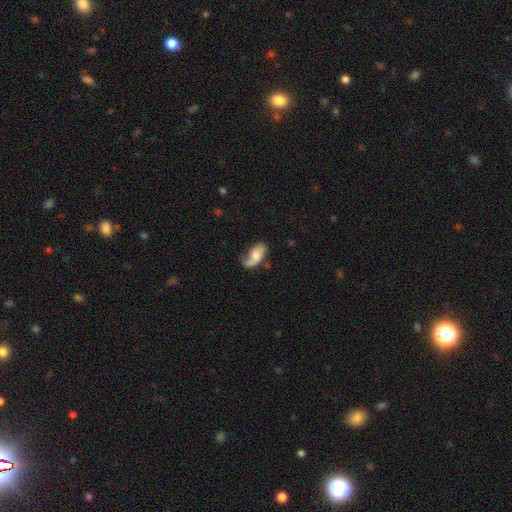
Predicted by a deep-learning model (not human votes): This appears to be a featured or disk galaxy (48%). Merging: none (44%).